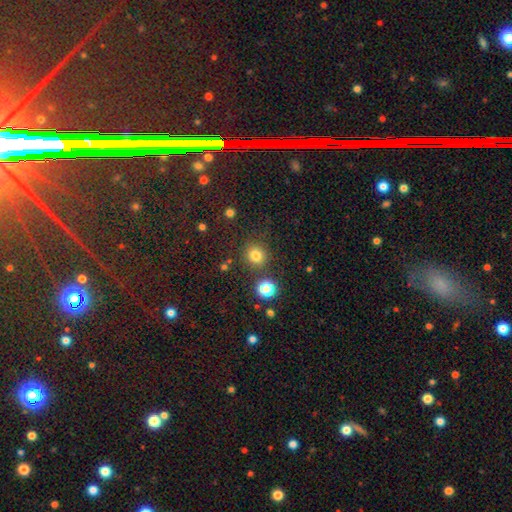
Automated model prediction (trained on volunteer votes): Overall: smooth (78%). How rounded: round (89%). Merging: none (83%).